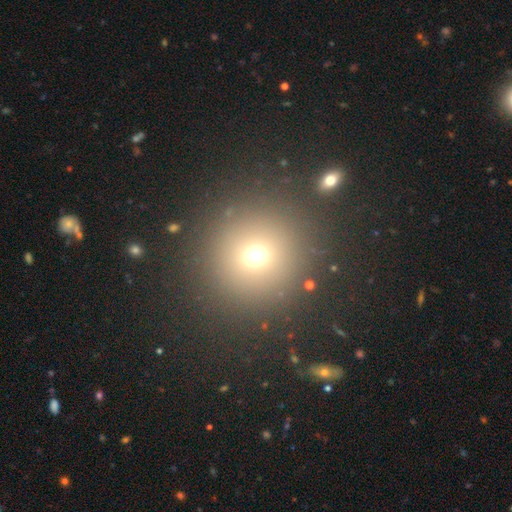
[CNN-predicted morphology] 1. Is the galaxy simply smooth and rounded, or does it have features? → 66% smooth, 25% star or artifact, 9% featured or disk.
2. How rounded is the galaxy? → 94% round, 5% in between, 1% cigar-shaped.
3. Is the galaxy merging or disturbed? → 89% none, 6% minor disturbance, 3% major disturbance, 3% merger.